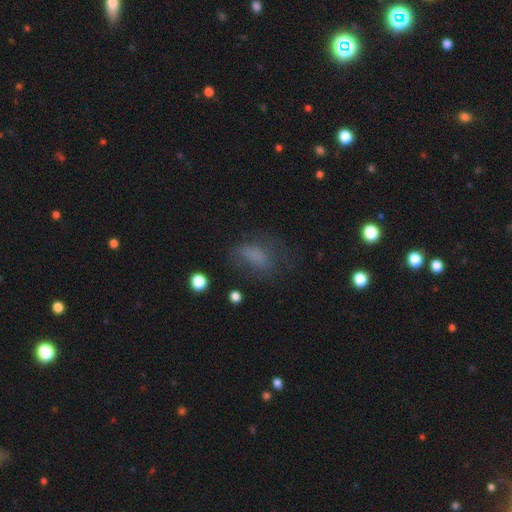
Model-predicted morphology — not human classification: smooth-or-featured: smooth: 63% | featured or disk: 21% | star or artifact: 17%
  how-rounded: in between: 79% | round: 14% | cigar-shaped: 7%
  merging: none: 49% | major disturbance: 25% | minor disturbance: 24% | merger: 2%